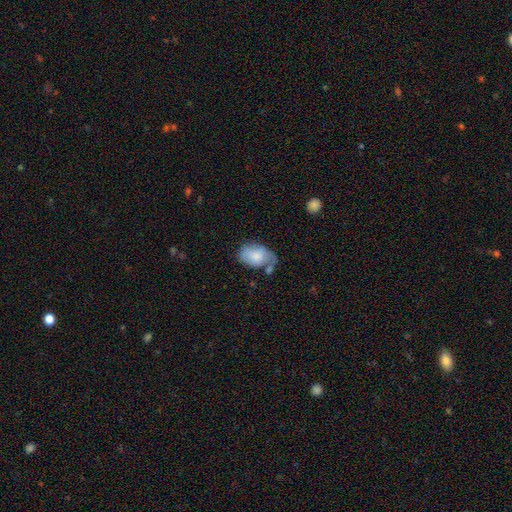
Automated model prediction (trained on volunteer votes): This is likely a smooth galaxy (68%). How rounded: clearly in between (86%). Merging: marginally none (38%).